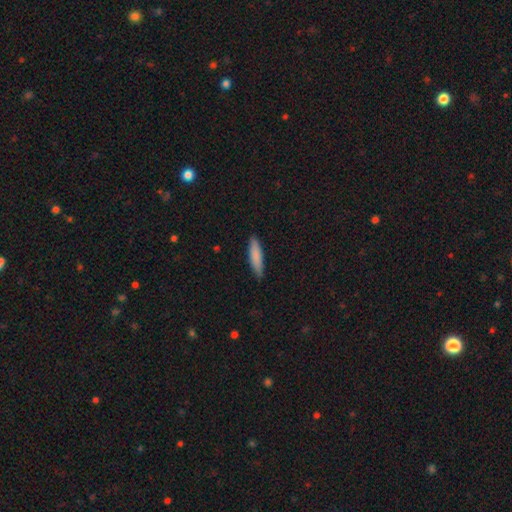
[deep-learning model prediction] This is clearly a smooth galaxy (83%). How rounded: clearly cigar-shaped (80%). Merging: clearly none (85%).